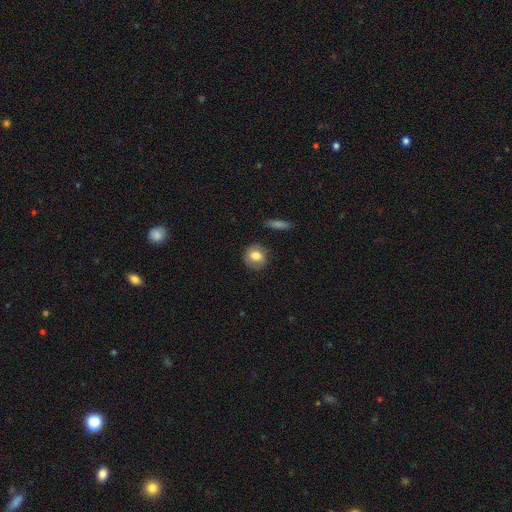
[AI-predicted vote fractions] Smooth or featured?
  - smooth: 71% *
  - featured or disk: 21%
  - star or artifact: 8%
How rounded?
  - round: 73% *
  - in between: 26%
  - cigar-shaped: 2%
Merging?
  - none: 79% *
  - minor disturbance: 15%
  - major disturbance: 4%
  - merger: 2%